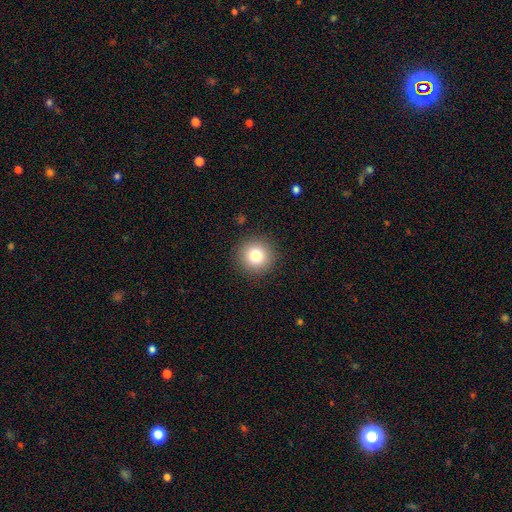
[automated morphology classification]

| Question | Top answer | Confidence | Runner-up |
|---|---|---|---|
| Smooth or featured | smooth | 80% | star or artifact (11%) |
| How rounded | round | 95% | in between (4%) |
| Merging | none | 91% | minor disturbance (6%) |